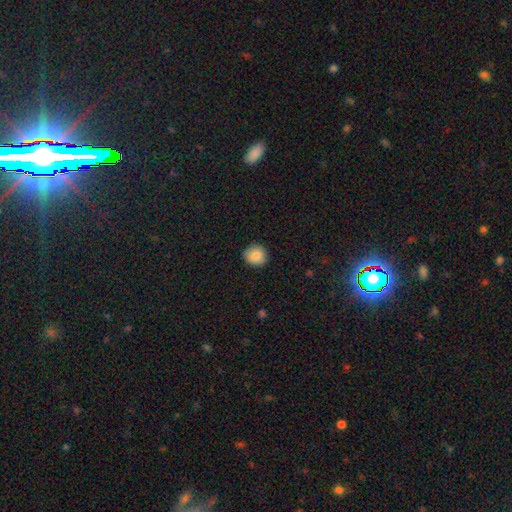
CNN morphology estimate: type=smooth (86%); roundness=round (87%); merging=none (89%).